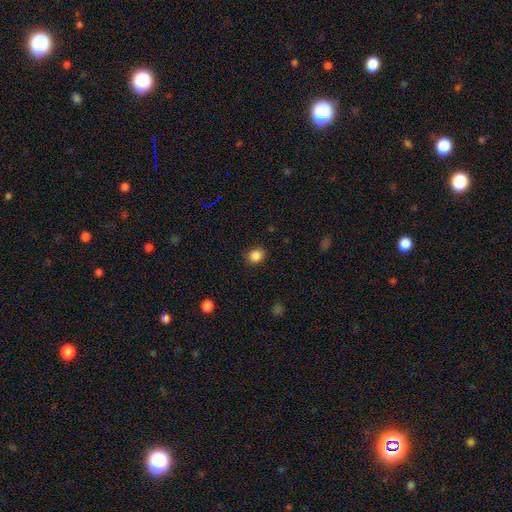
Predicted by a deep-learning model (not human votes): Morphology: type=smooth (86%); roundness=round (75%); merging=none (88%).